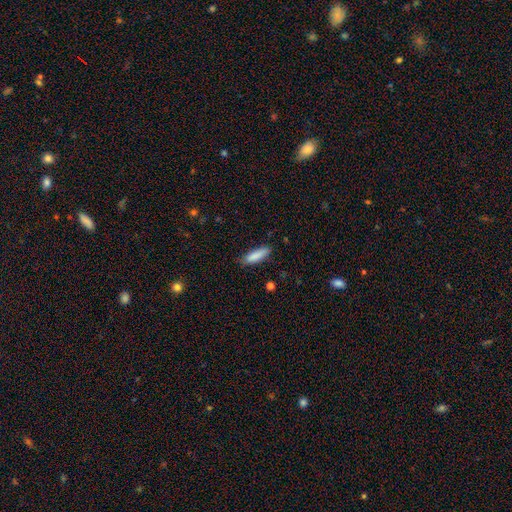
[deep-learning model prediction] A smooth galaxy with no disk features (86%) that is cigar-shaped (62%). Merging: none (78%).